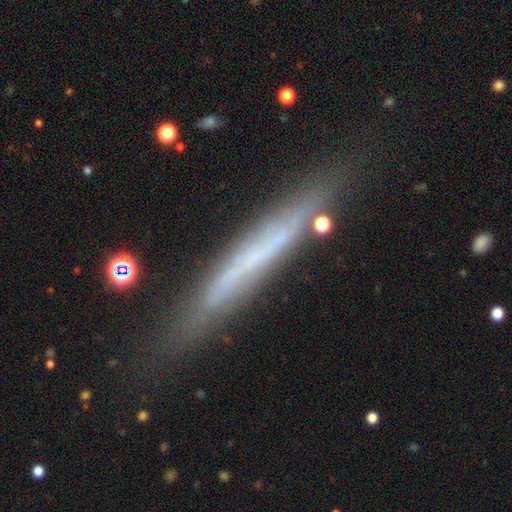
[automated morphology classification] Overall: featured or disk (55%; smooth 36%). Edge-on disk: yes (89%). Merging: none (78%).